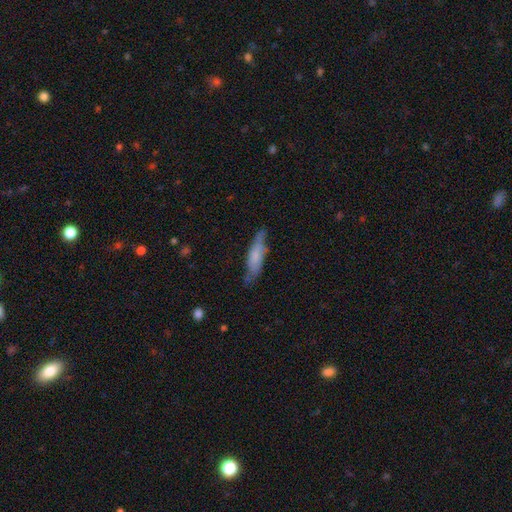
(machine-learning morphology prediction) smooth_or_featured: smooth (p=0.62) [alt: featured or disk p=0.32]
how_rounded: cigar-shaped (p=0.66) [alt: in between p=0.32]
merging: none (p=0.65) [alt: minor disturbance p=0.26]